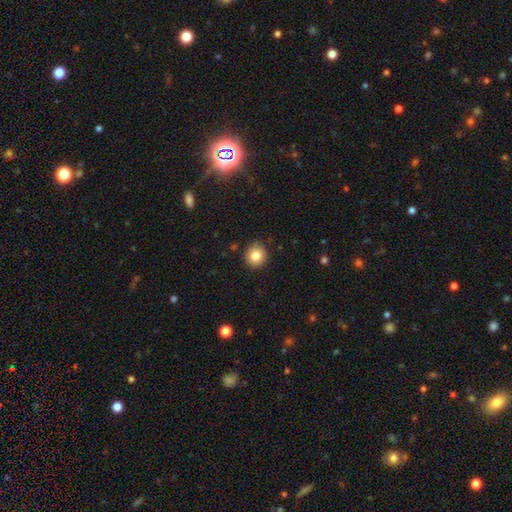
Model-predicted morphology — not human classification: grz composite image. It shows a smooth galaxy with no disk features (82%) that is round (88%). Merging: none (90%).